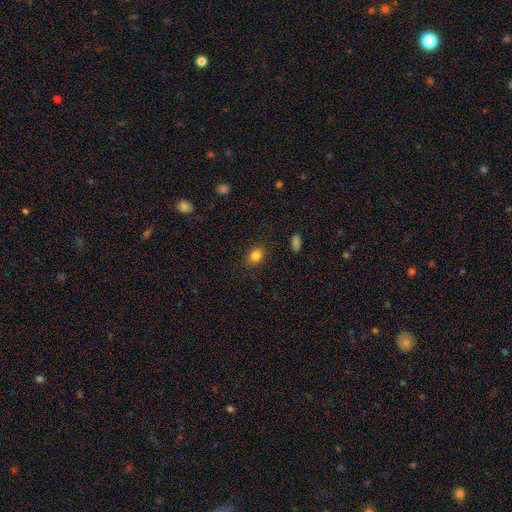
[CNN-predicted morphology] This is clearly a smooth galaxy (84%). How rounded: possibly round (50%). Merging: clearly none (87%).